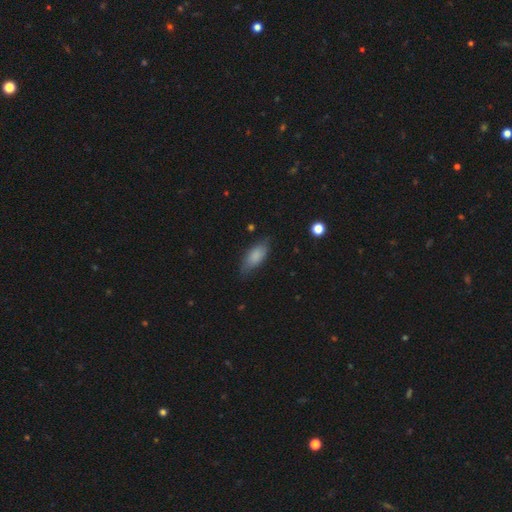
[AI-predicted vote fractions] This appears to be a smooth galaxy with no disk features (82%) that is in between round and cigar-shaped (81%). Merging: none (73%).